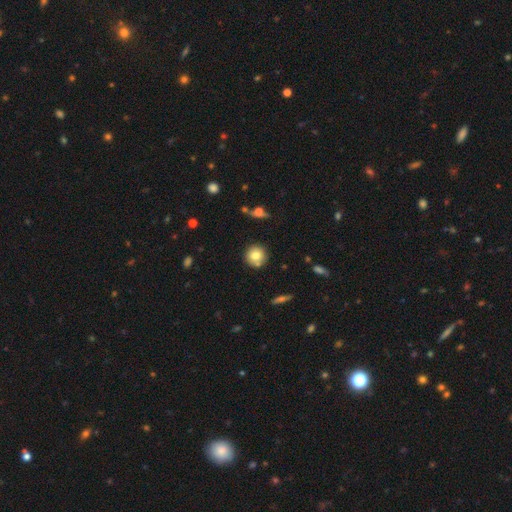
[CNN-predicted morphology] This appears to be a smooth galaxy with no disk features (77%) that is round (92%). Merging: none (78%).